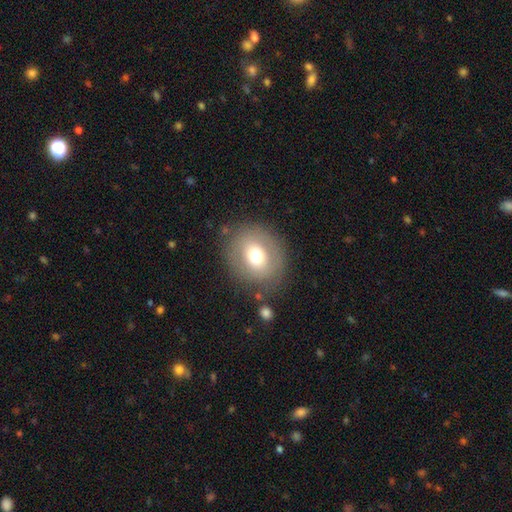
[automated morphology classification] smooth_or_featured: smooth (p=0.64) [alt: featured or disk p=0.25]
how_rounded: round (p=0.74) [alt: in between p=0.25]
merging: none (p=0.79) [alt: minor disturbance p=0.12]